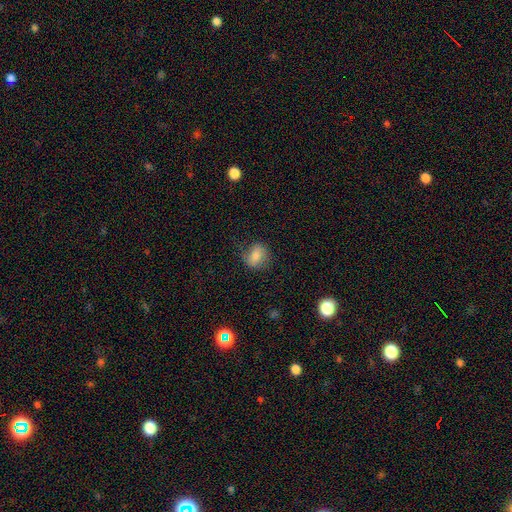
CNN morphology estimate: smooth-or-featured: smooth: 76% | featured or disk: 14% | star or artifact: 9%
  how-rounded: in between: 57% | round: 41% | cigar-shaped: 2%
  merging: none: 68% | minor disturbance: 21% | major disturbance: 9% | merger: 1%